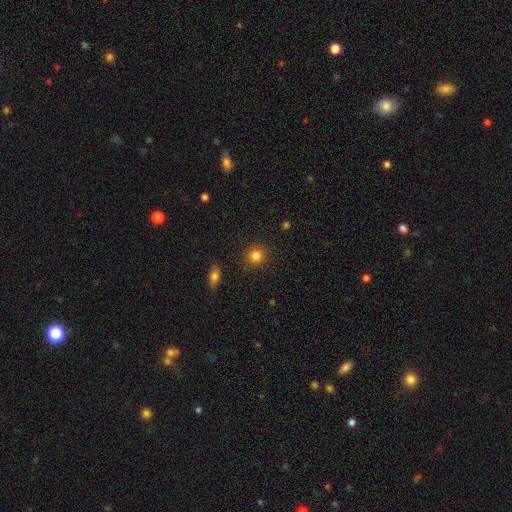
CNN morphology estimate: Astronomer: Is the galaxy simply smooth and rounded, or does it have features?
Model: smooth — 84%.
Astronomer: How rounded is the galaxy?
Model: round — 88%.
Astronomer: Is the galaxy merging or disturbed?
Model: none — 89%.